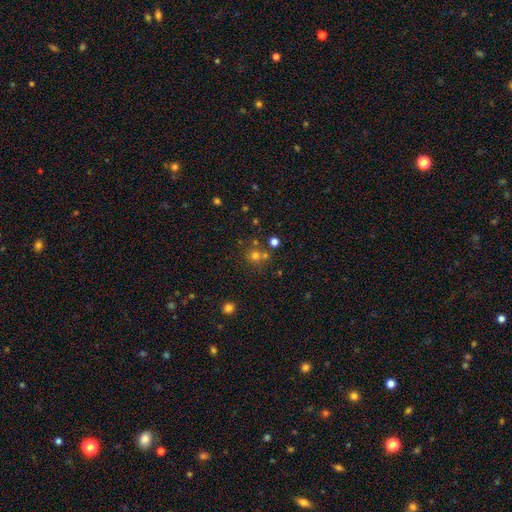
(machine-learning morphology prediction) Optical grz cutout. It shows a smooth galaxy with no disk features (59%) that is round (87%). Merging: none (62%).